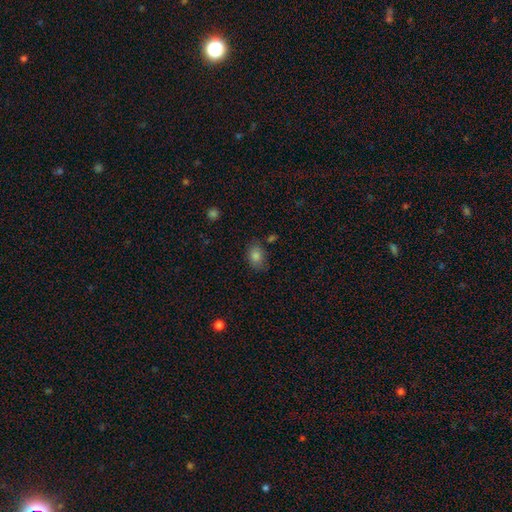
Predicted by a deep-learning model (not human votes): This is clearly a smooth galaxy (83%). How rounded: likely in between (71%). Merging: likely none (74%).